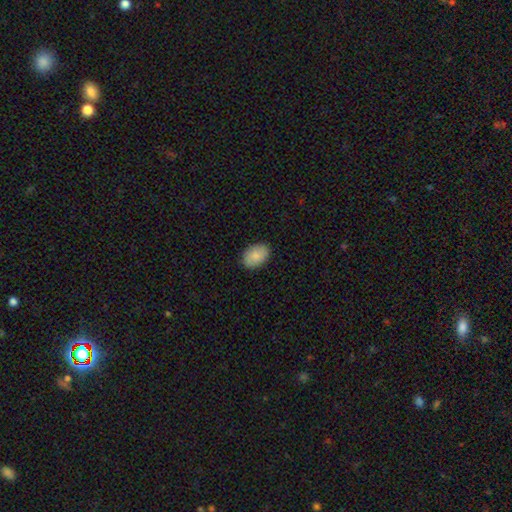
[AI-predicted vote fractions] A smooth galaxy with no disk features (85%) that is in between round and cigar-shaped (83%). Merging: none (87%).